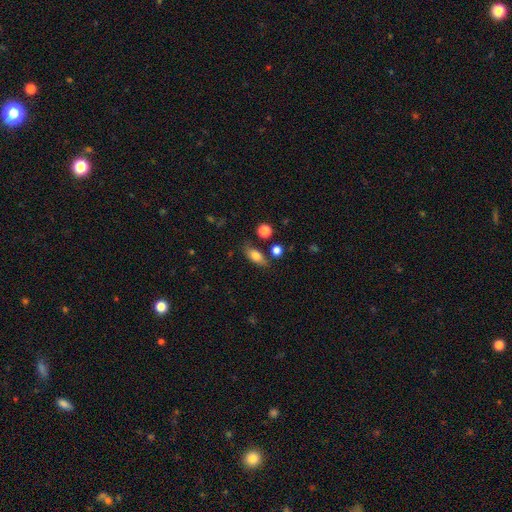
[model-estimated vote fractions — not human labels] Morphology: type=smooth (76%); roundness=in between (79%); merging=none (73%).